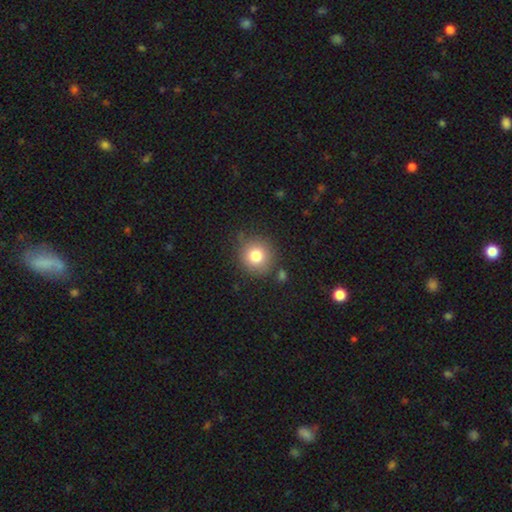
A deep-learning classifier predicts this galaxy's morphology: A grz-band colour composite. It shows a smooth galaxy with no disk features (80%) that is round (91%). Merging: none (79%).